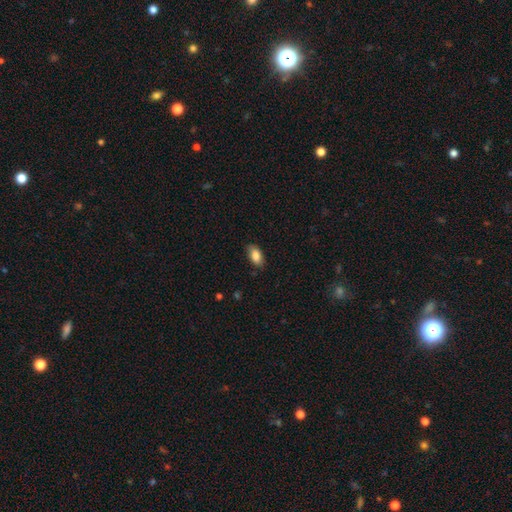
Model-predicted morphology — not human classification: smooth_or_featured: smooth (p=0.86) [alt: star or artifact p=0.07]
how_rounded: in between (p=0.91) [alt: round p=0.05]
merging: none (p=0.83) [alt: minor disturbance p=0.13]